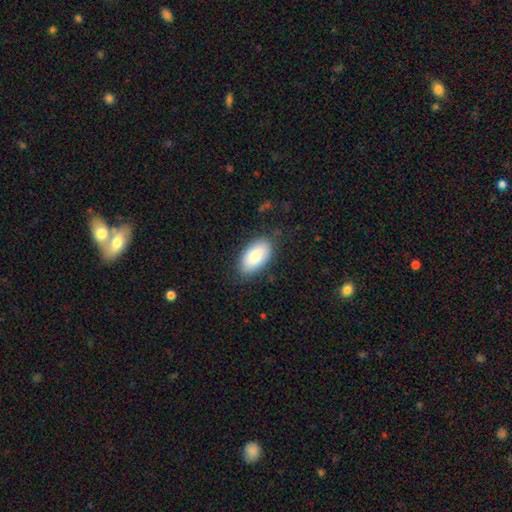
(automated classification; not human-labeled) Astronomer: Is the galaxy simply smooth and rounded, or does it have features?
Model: smooth — 83%.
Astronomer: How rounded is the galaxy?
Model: in between — 95%.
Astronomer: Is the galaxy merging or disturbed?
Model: none — 81%.